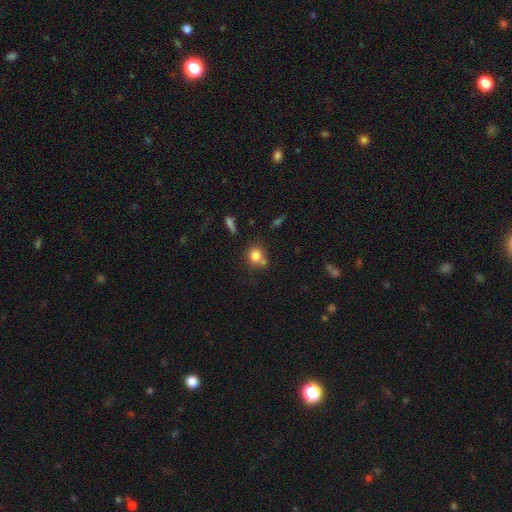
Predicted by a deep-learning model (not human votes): This is likely a smooth galaxy (80%). How rounded: likely round (77%). Merging: possibly none (57%).